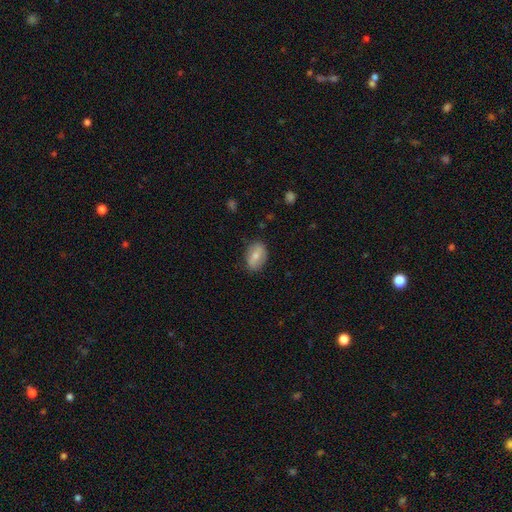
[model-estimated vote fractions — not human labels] This is likely a smooth galaxy (68%). How rounded: clearly in between (87%). Merging: clearly none (81%).